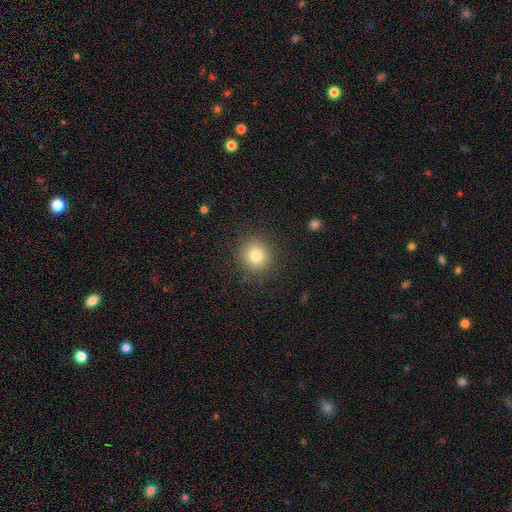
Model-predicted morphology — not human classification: A smooth galaxy with no disk features (80%) that is round (91%). Merging: none (89%).